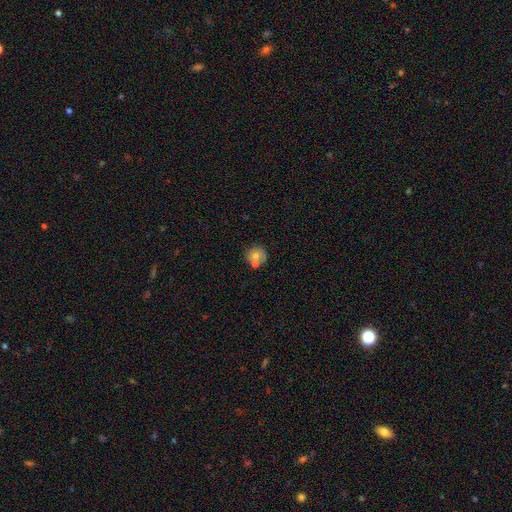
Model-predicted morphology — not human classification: type=smooth (67%); roundness=round (86%); merging=none (55%).